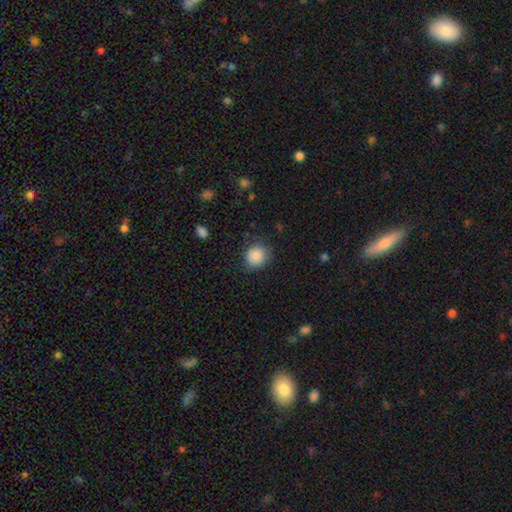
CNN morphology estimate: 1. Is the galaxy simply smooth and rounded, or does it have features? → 87% smooth, 9% star or artifact, 4% featured or disk.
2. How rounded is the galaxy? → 81% round, 18% in between, 1% cigar-shaped.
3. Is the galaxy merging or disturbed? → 79% none, 15% minor disturbance, 4% major disturbance, 1% merger.